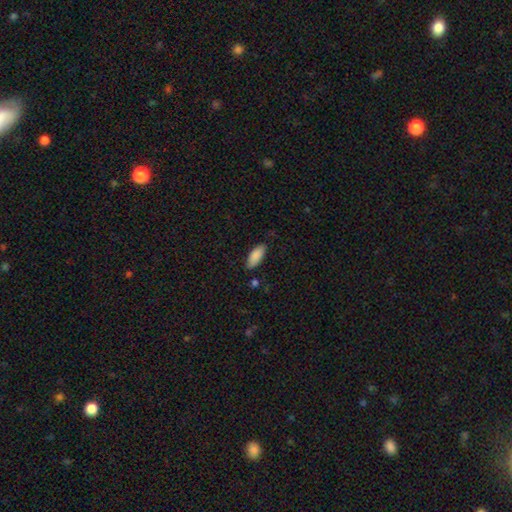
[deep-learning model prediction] Morphology: type=smooth (88%); roundness=in between (83%); merging=none (84%).